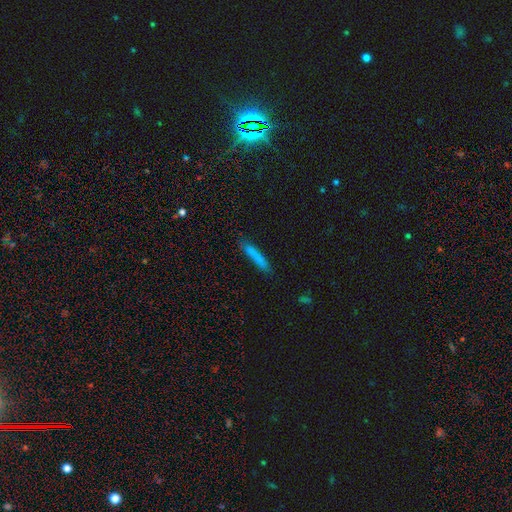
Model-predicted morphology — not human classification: The model was most divided on "merging": none: 81%, minor disturbance: 14%, major disturbance: 3%, merger: 2%. More confident: how rounded — cigar-shaped (92%); smooth or featured — smooth (80%).